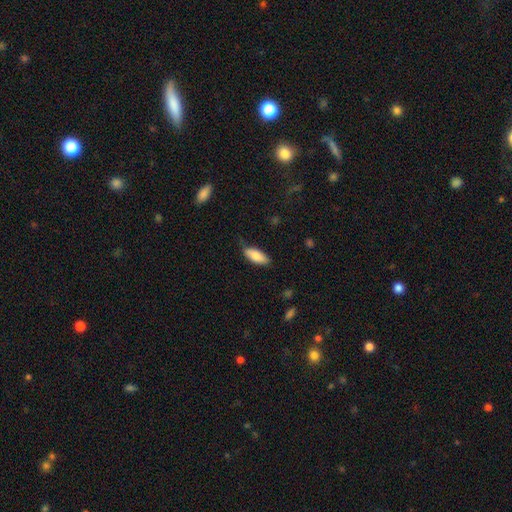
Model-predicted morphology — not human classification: Overall: smooth (80%). How rounded: in between (80%). Merging: none (74%).